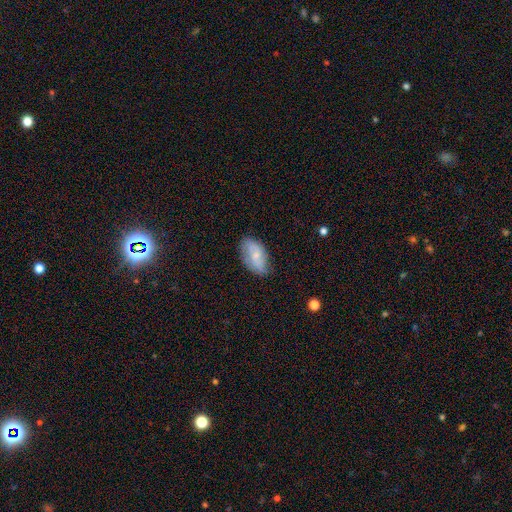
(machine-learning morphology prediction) The model was most divided on "smooth or featured": smooth: 51%, featured or disk: 42%, star or artifact: 7%. More confident: how rounded — in between (92%); merging — none (66%).